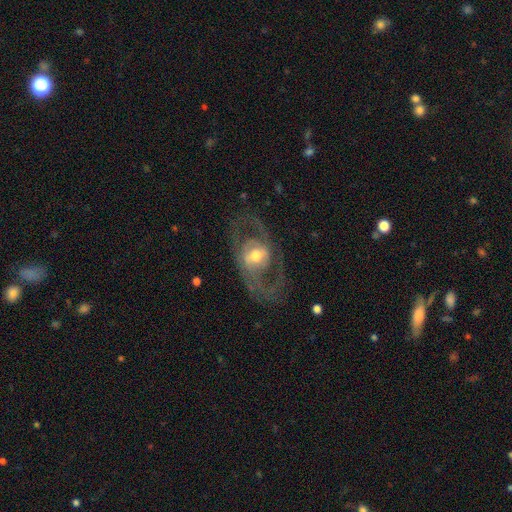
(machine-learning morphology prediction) Overall: featured or disk (78%). Edge-on disk: no (93%). Bar: no (48%; weak 35%). Spiral arms: yes (62%; no 38%). Bulge size: moderate (68%). Merging: none (69%).